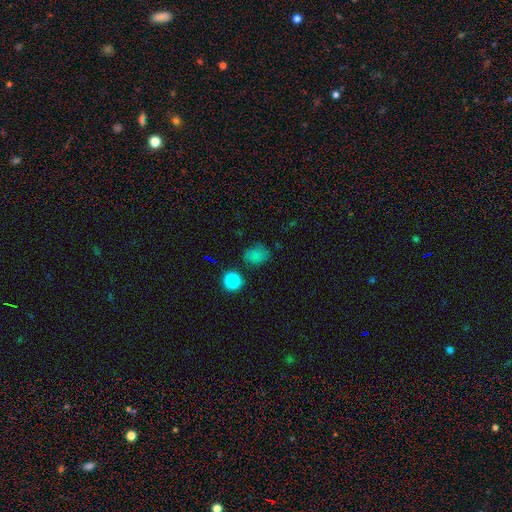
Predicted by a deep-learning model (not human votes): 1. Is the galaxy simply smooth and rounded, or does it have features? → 70% smooth, 21% star or artifact, 9% featured or disk.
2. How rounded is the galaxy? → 55% round, 44% in between, 1% cigar-shaped.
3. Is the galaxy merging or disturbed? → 66% none, 22% minor disturbance, 8% major disturbance, 5% merger.